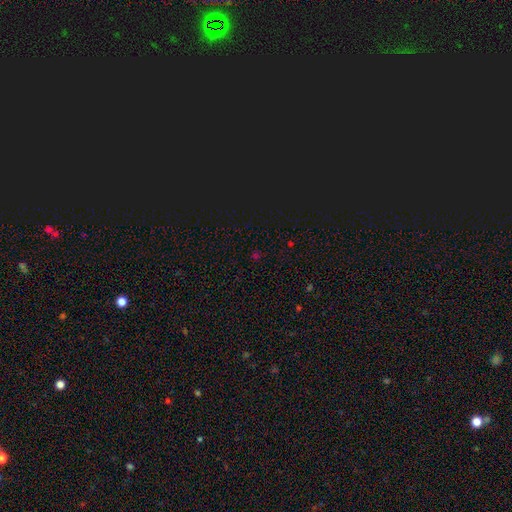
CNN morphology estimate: Q: Smooth or featured?
A: star or artifact (62%); runner-up: smooth (32%)